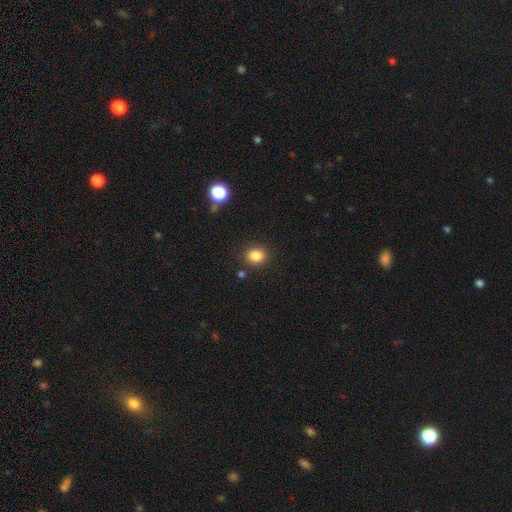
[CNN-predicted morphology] Smooth or featured: smooth — 84% (star or artifact — 11%)
How rounded: round — 66% (in between — 33%)
Merging: none — 86% (minor disturbance — 8%)